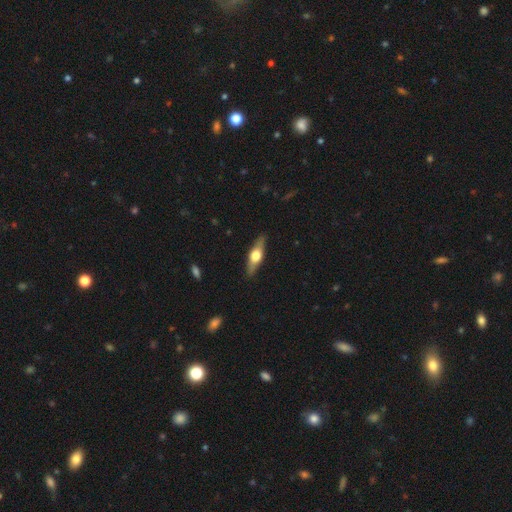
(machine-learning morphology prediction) A featured or disk galaxy (60%) viewed edge-on (93%) with a rounded central bulge (94%). Merging: none (88%).